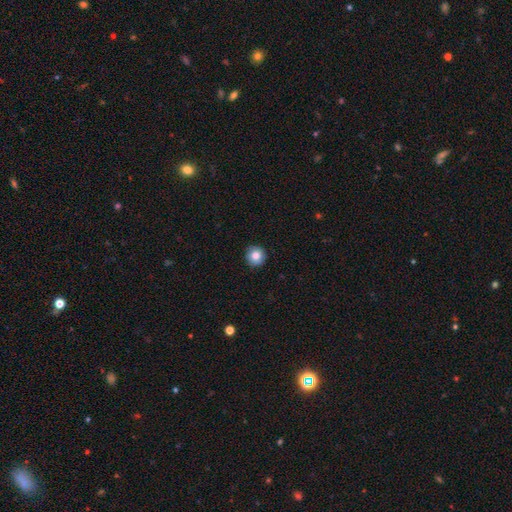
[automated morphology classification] Smooth or featured: smooth — 82% (star or artifact — 9%)
How rounded: round — 95% (in between — 4%)
Merging: none — 90% (minor disturbance — 7%)